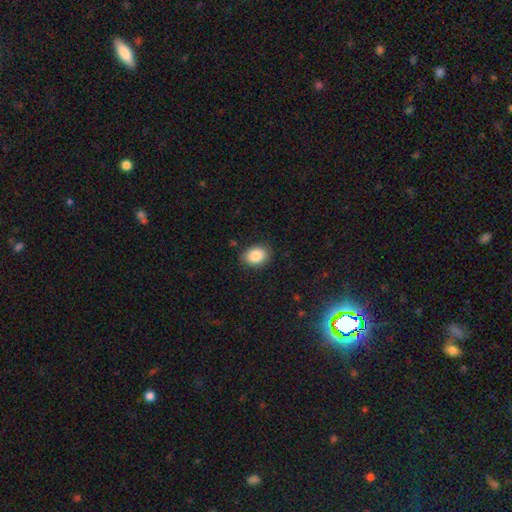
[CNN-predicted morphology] smooth 86%, star or artifact 8%, featured or disk 5%. Down the decision tree: how rounded — in between (61%); merging — none (85%).